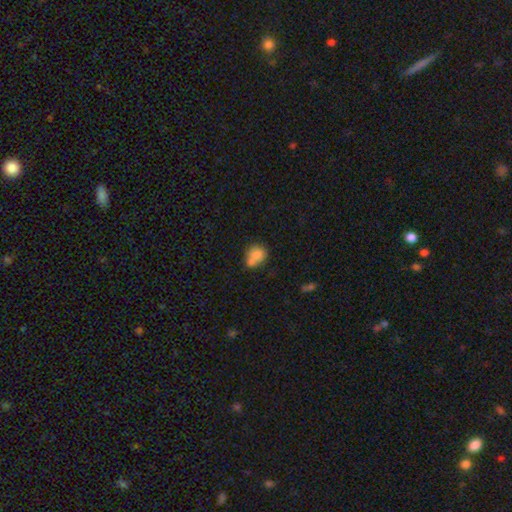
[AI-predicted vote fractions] Smooth or featured?
  - smooth: 75% *
  - featured or disk: 15%
  - star or artifact: 9%
How rounded?
  - round: 62% *
  - in between: 37%
  - cigar-shaped: 1%
Merging?
  - merger: 43% *
  - none: 38%
  - minor disturbance: 14%
  - major disturbance: 5%